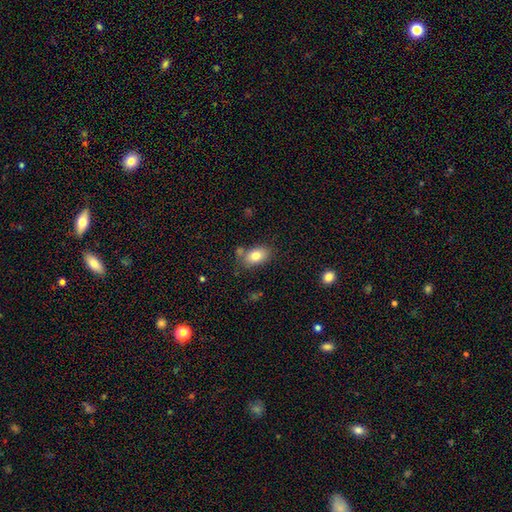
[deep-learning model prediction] Morphology: type=smooth (81%); roundness=in between (87%); merging=none (71%).